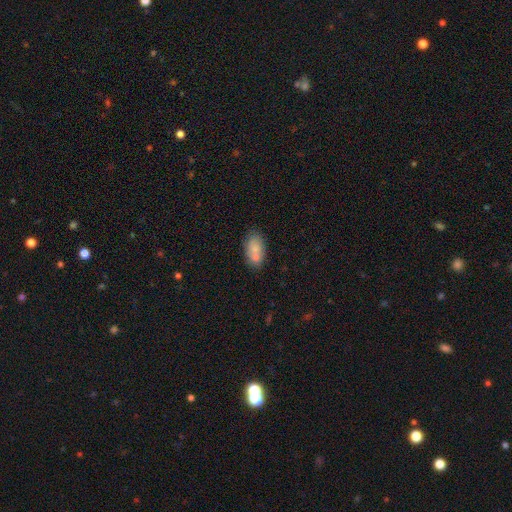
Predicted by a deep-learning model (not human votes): Q: Smooth or featured?
A: smooth (76%); runner-up: featured or disk (13%)
Q: How rounded?
A: in between (88%); runner-up: round (6%)
Q: Merging?
A: none (67%); runner-up: merger (15%)